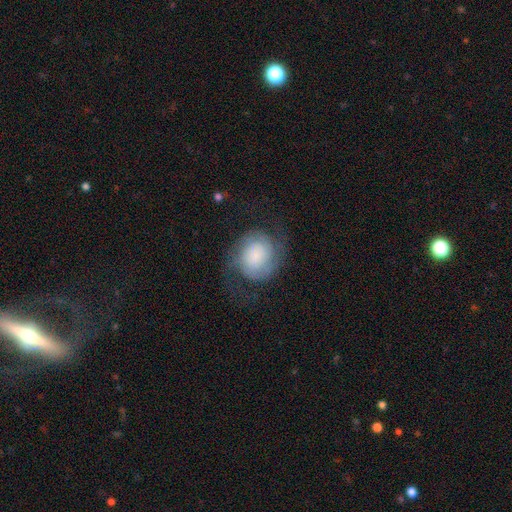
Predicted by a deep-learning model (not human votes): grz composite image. It shows a featured or disk galaxy (60%) with no bar (74%), 2 (82%) medium (43%) spiral arms (92%) and a small central bulge (30%). Merging: none (65%).